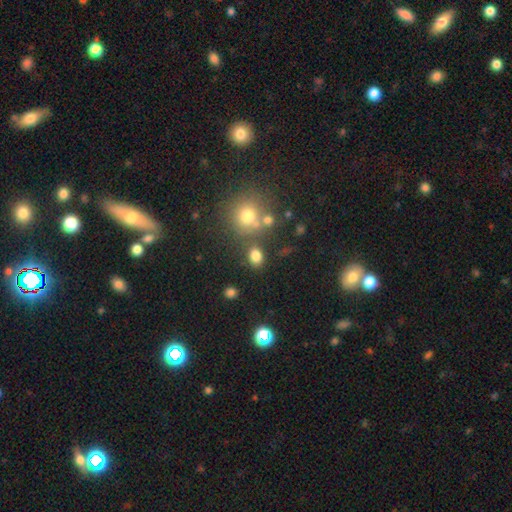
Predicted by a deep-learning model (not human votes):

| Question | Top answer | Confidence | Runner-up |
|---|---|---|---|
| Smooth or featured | smooth | 79% | star or artifact (14%) |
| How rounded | in between | 57% | round (42%) |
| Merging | none | 72% | minor disturbance (13%) |